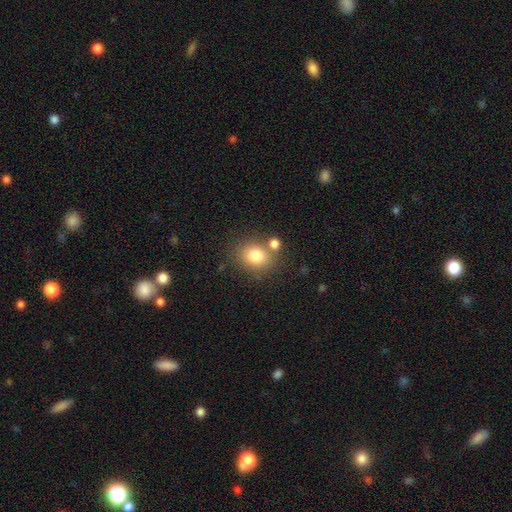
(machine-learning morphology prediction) A smooth galaxy with no disk features (80%) that is round (64%). Merging: none (66%).